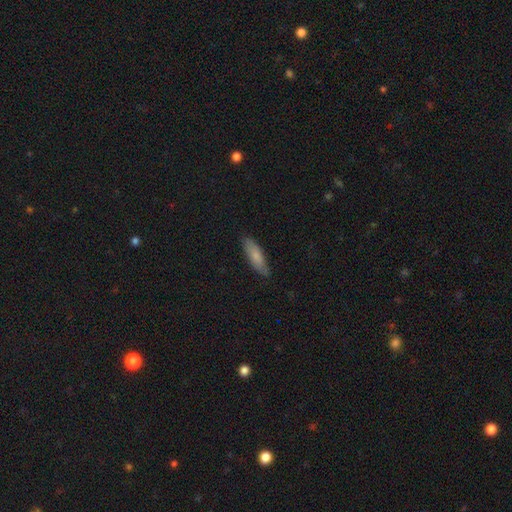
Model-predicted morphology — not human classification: Smooth or featured? smooth (80%)
How rounded? cigar-shaped (60%)
Merging? none (80%)